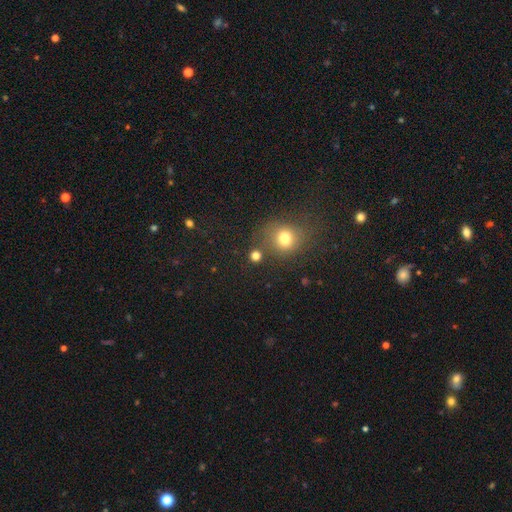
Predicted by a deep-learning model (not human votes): A smooth galaxy with no disk features (77%) that is round (88%).

Vote fractions:
- Smooth or featured? smooth: 77% / star or artifact: 17% / featured or disk: 6%
- How rounded? round: 88% / in between: 10% / cigar-shaped: 1%
- Merging? none: 75% / merger: 12% / minor disturbance: 9% / major disturbance: 4%